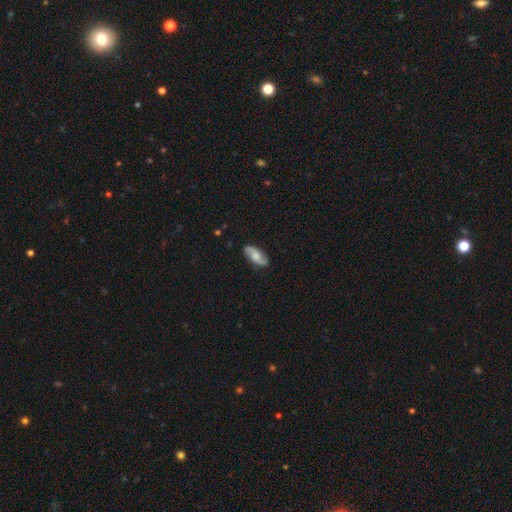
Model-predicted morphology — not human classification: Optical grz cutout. It shows a featured or disk galaxy (59%) with no bar (59%), spiral arms (92%) and a moderate central bulge (46%). Merging: none (84%).